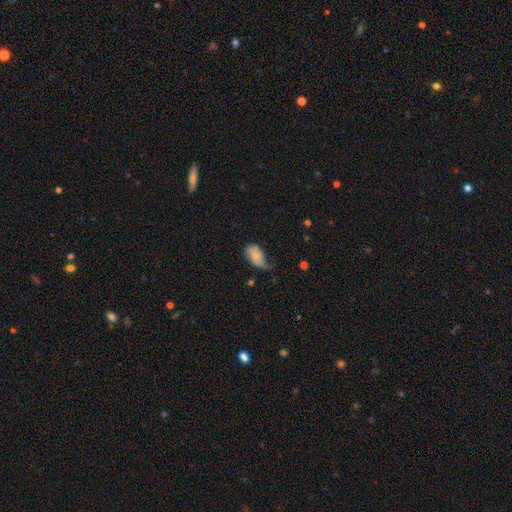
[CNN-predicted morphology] smooth-or-featured: smooth: 67% | featured or disk: 25% | star or artifact: 7%
  how-rounded: in between: 93% | round: 5% | cigar-shaped: 2%
  merging: minor disturbance: 45% | none: 33% | major disturbance: 19% | merger: 2%